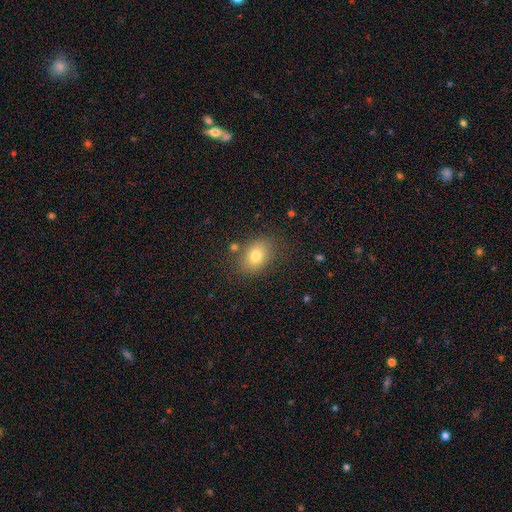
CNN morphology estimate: smooth 77%, featured or disk 12%, star or artifact 11%. Down the decision tree: how rounded — in between (71%); merging — none (79%).